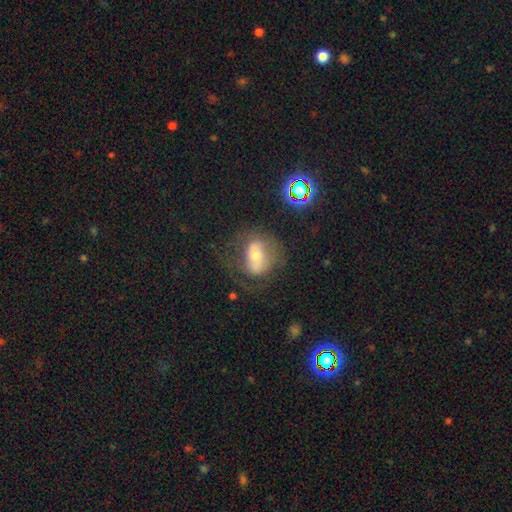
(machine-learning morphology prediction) featured or disk 43% (tied), smooth 43% (tied), star or artifact 14%. Down the decision tree: merging — none (52%).